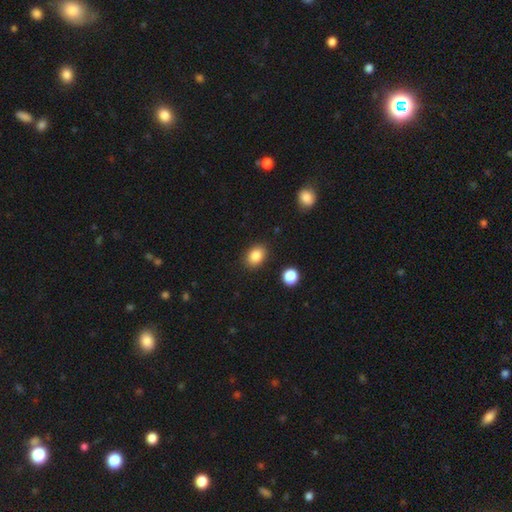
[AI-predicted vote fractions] Overall: smooth (86%). How rounded: in between (68%; round 31%). Merging: none (87%).